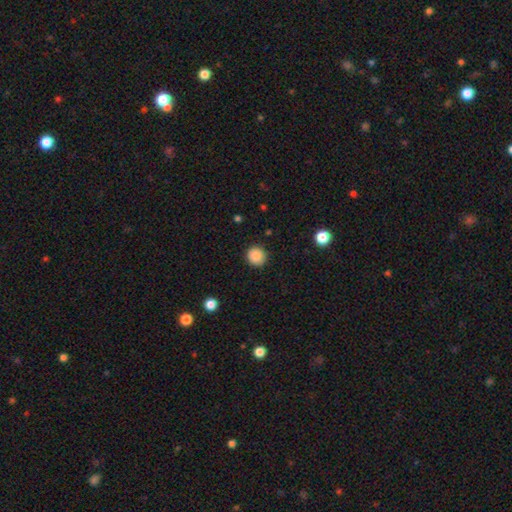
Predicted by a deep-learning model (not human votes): This is clearly a smooth galaxy (88%). How rounded: clearly round (93%). Merging: clearly none (90%).